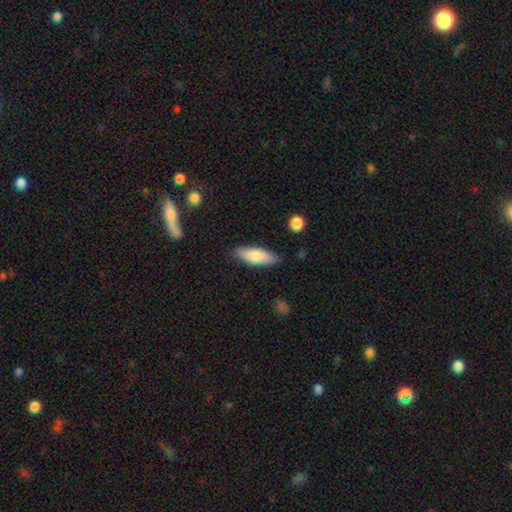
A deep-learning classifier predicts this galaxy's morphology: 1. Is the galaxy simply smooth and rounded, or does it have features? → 80% smooth, 14% featured or disk, 6% star or artifact.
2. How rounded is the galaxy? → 57% in between, 41% cigar-shaped, 2% round.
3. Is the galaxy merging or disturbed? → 83% none, 13% minor disturbance, 2% major disturbance, 2% merger.